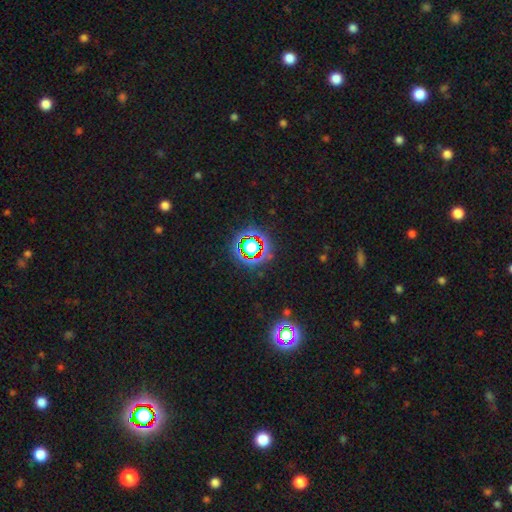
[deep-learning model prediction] A star or artifact, not a galaxy (79%).